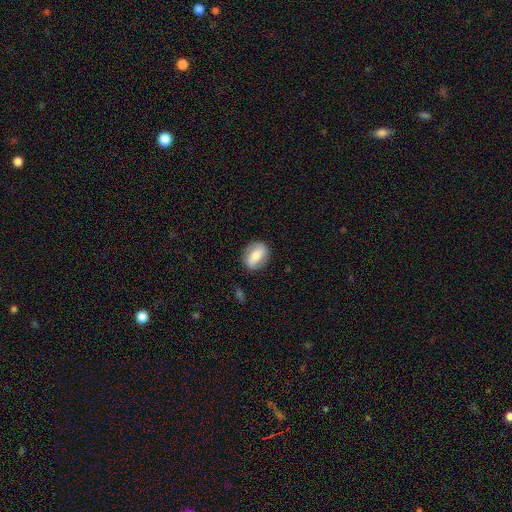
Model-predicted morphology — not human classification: smooth-or-featured: smooth: 68% | featured or disk: 25% | star or artifact: 7%
  how-rounded: in between: 71% | round: 26% | cigar-shaped: 3%
  merging: none: 84% | minor disturbance: 12% | major disturbance: 3% | merger: 1%